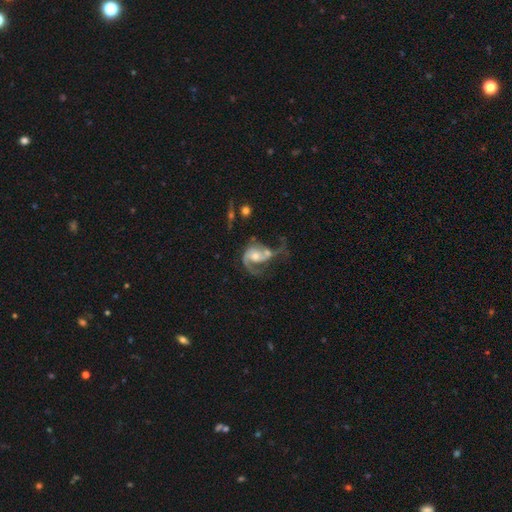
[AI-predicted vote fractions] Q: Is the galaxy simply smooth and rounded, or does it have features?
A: featured or disk — 81%.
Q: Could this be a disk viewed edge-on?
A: no — 98%.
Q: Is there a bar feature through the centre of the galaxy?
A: no — 66%.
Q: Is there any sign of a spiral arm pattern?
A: yes — 91%.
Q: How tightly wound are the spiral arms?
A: medium — 42%.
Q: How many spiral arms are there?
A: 2 — 54%.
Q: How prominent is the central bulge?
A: moderate — 58%.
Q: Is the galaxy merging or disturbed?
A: major disturbance — 33%.